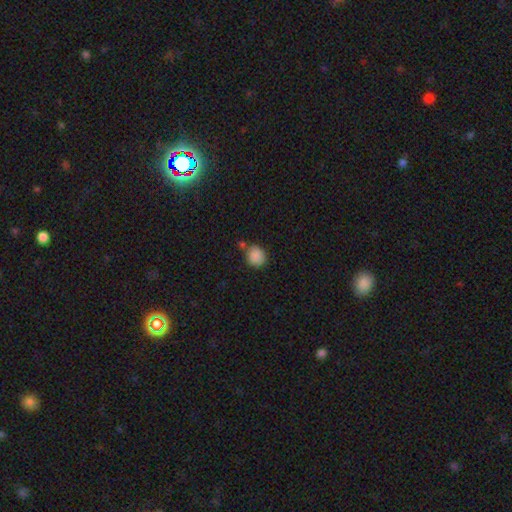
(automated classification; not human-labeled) A smooth galaxy with no disk features (87%) that is round (78%).

Vote fractions:
- Smooth or featured? smooth: 87% / star or artifact: 9% / featured or disk: 4%
- How rounded? round: 78% / in between: 21% / cigar-shaped: 1%
- Merging? none: 71% / minor disturbance: 14% / merger: 11% / major disturbance: 4%